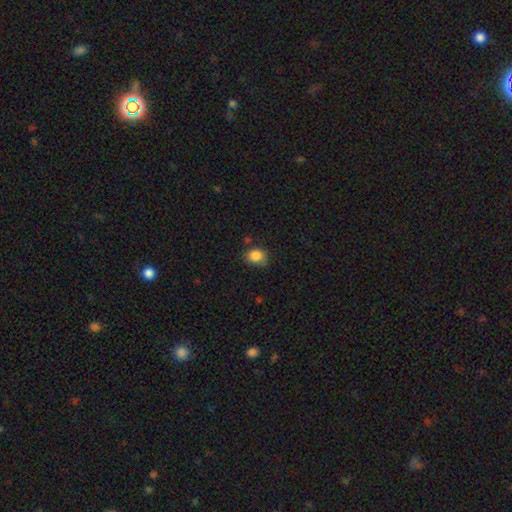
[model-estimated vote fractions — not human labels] smooth_or_featured: smooth (p=0.86) [alt: star or artifact p=0.10]
how_rounded: round (p=0.62) [alt: in between p=0.37]
merging: none (p=0.67) [alt: minor disturbance p=0.25]